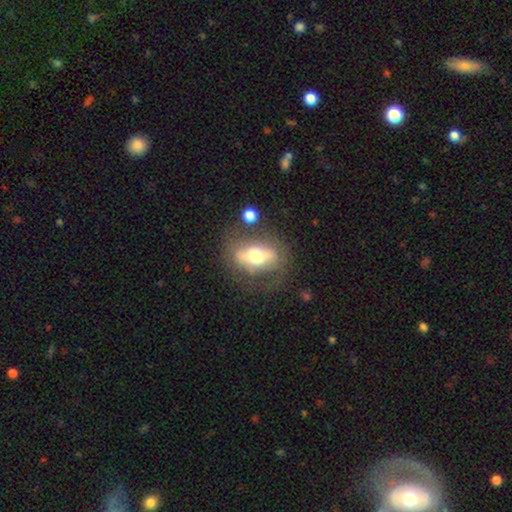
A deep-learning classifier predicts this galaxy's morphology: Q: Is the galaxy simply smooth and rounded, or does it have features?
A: featured or disk — 53%.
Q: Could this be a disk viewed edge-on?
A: no — 67%.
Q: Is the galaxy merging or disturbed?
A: none — 66%.